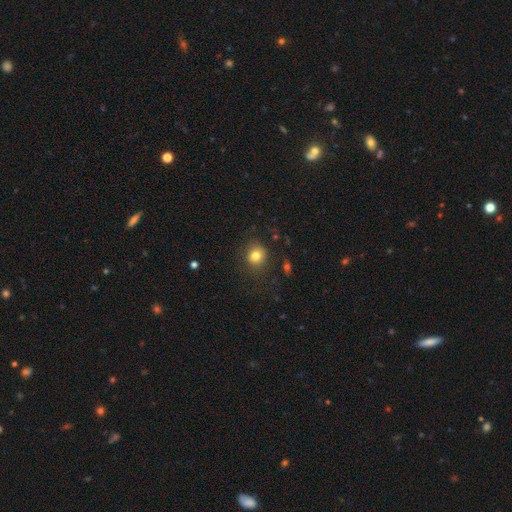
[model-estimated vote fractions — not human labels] Q: Smooth or featured?
A: smooth (80%); runner-up: star or artifact (12%)
Q: How rounded?
A: round (82%); runner-up: in between (17%)
Q: Merging?
A: none (83%); runner-up: minor disturbance (11%)